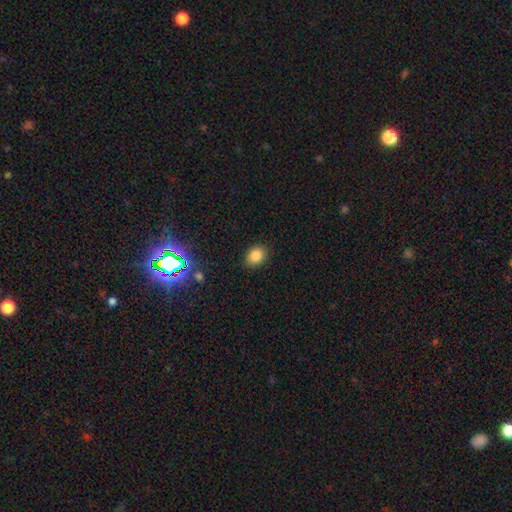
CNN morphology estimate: Smooth or featured? smooth (84%)
How rounded? in between (60%)
Merging? none (88%)